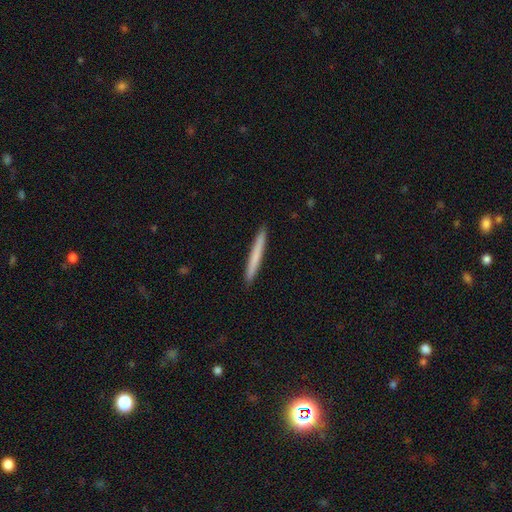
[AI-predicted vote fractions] The model was most divided on "smooth or featured": smooth: 70%, featured or disk: 25%, star or artifact: 5%. More confident: how rounded — cigar-shaped (97%); merging — none (93%).